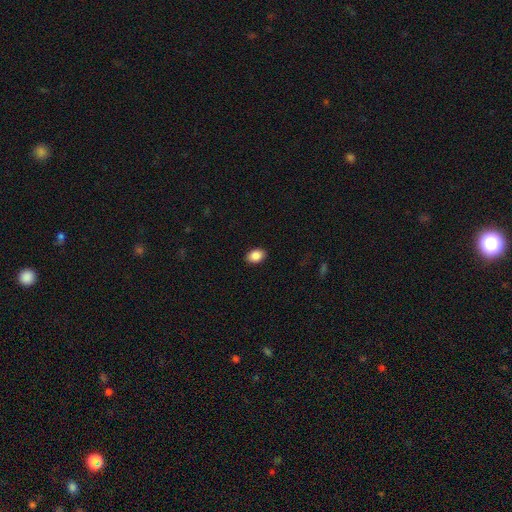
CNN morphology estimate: Smooth or featured? Predicted: smooth (p=0.88). How rounded? Predicted: in between (p=0.81). Merging? Predicted: none (p=0.90).